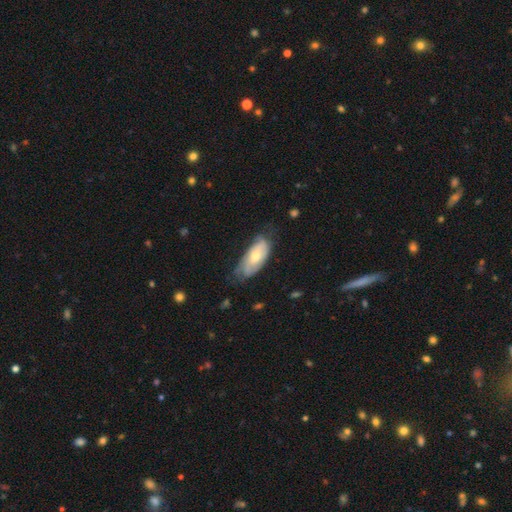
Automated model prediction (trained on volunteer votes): Overall: smooth (50%; featured or disk 44%). Merging: none (53%; minor disturbance 33%).